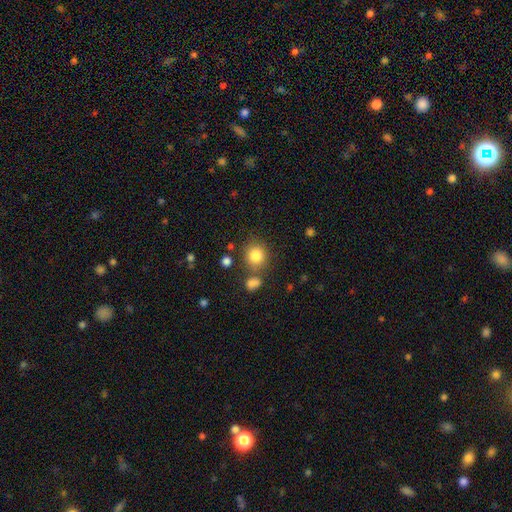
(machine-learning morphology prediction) type=smooth (83%); roundness=round (85%); merging=none (73%).